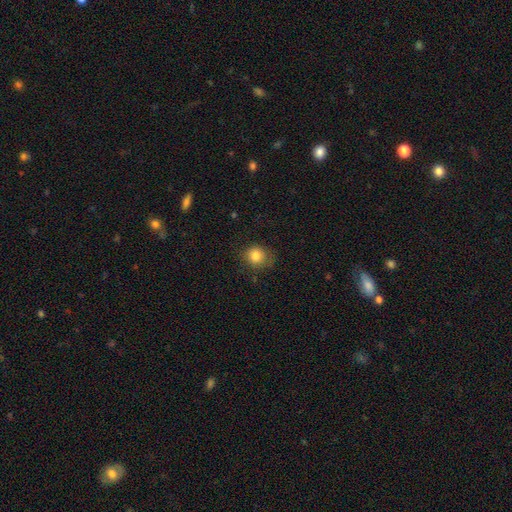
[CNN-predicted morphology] This appears to be a smooth galaxy with no disk features (83%) that is round (81%). Merging: none (72%).